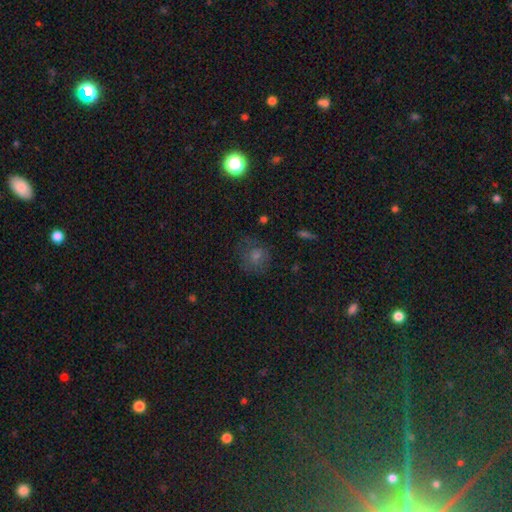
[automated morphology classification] Q: Smooth or featured?
A: smooth (55%); runner-up: star or artifact (27%)
Q: How rounded?
A: round (84%); runner-up: in between (15%)
Q: Merging?
A: none (71%); runner-up: minor disturbance (19%)